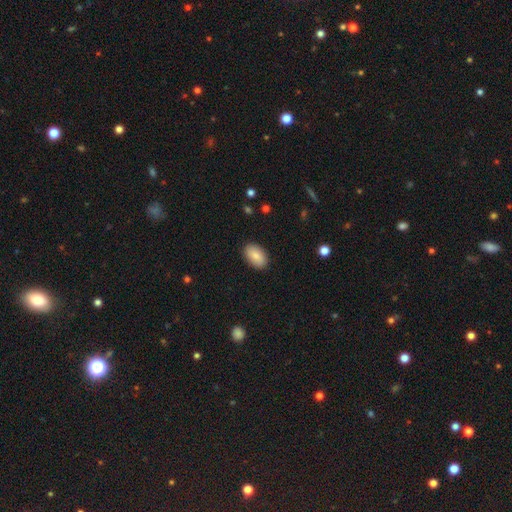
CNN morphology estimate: A smooth galaxy with no disk features (86%) that is in between round and cigar-shaped (93%).

Vote fractions:
- Smooth or featured? smooth: 86% / featured or disk: 8% / star or artifact: 7%
- How rounded? in between: 93% / round: 6% / cigar-shaped: 2%
- Merging? none: 89% / minor disturbance: 8% / major disturbance: 2% / merger: 1%